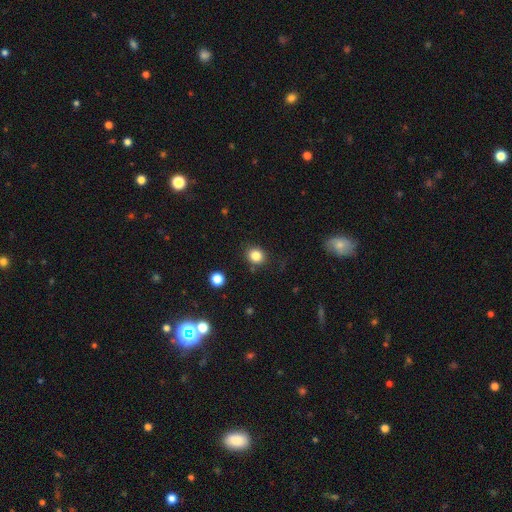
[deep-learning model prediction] Q: Smooth or featured?
A: smooth (83%); runner-up: star or artifact (11%)
Q: How rounded?
A: round (75%); runner-up: in between (24%)
Q: Merging?
A: none (84%); runner-up: minor disturbance (10%)